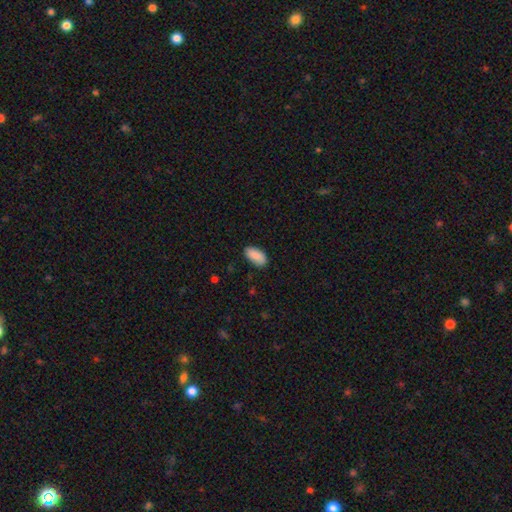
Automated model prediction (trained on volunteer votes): This is clearly a smooth galaxy (89%). How rounded: clearly in between (94%). Merging: clearly none (83%).